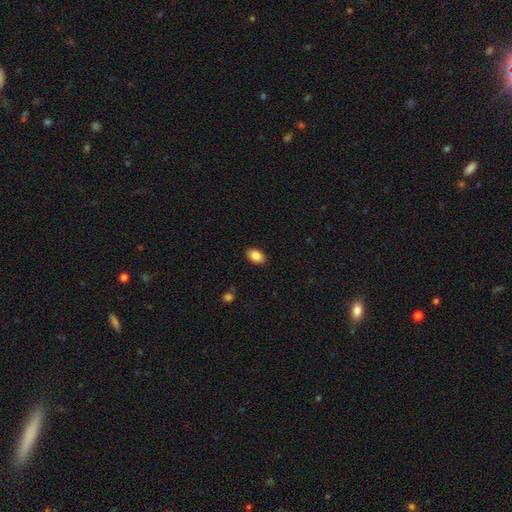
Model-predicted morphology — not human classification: A smooth galaxy with no disk features (87%) that is in between round and cigar-shaped (89%).

Vote fractions:
- Smooth or featured? smooth: 87% / star or artifact: 8% / featured or disk: 6%
- How rounded? in between: 89% / round: 10% / cigar-shaped: 1%
- Merging? none: 89% / minor disturbance: 8% / major disturbance: 2% / merger: 1%